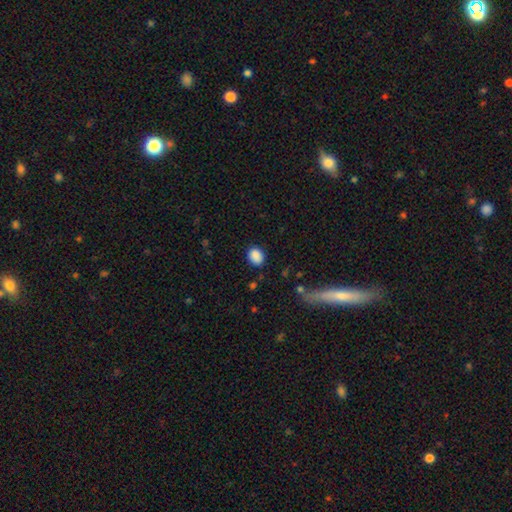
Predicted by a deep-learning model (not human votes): Smooth or featured: smooth — 88% (star or artifact — 8%)
How rounded: round — 50% (in between — 49%)
Merging: none — 82% (minor disturbance — 13%)